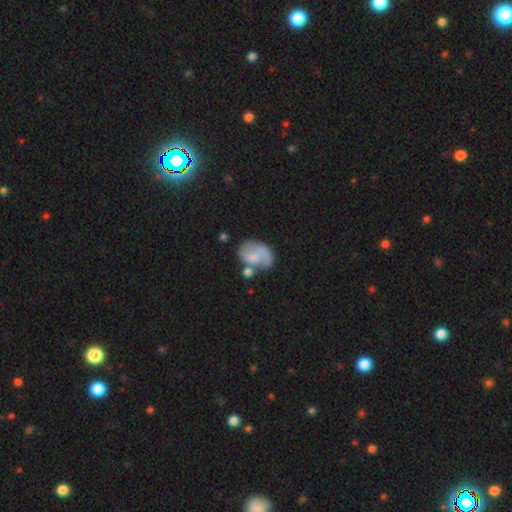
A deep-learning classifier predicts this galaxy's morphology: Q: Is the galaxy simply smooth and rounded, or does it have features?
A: featured or disk — 46%.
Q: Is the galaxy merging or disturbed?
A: none — 40%.